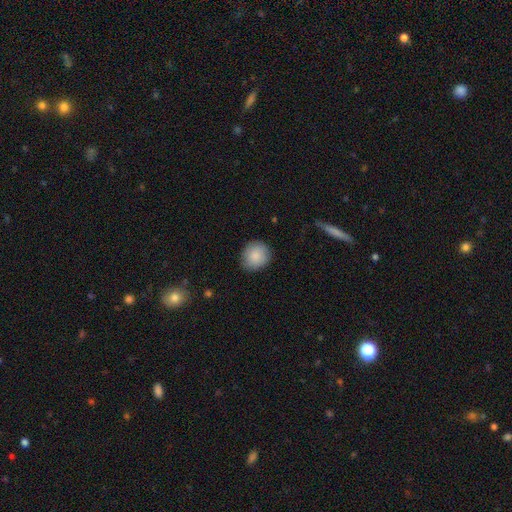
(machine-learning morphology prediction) Overall: smooth (87%). How rounded: round (87%). Merging: none (85%).